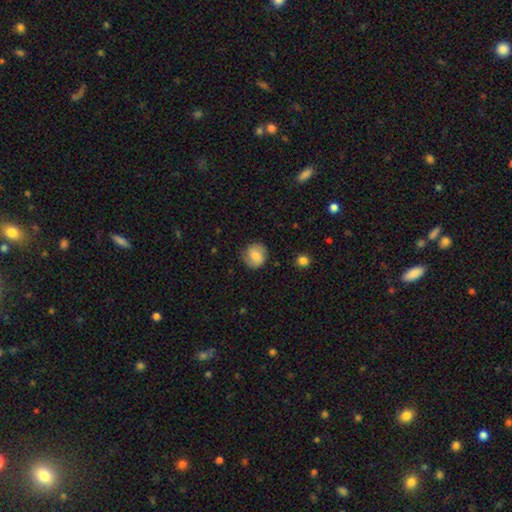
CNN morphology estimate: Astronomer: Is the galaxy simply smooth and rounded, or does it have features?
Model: smooth — 64%.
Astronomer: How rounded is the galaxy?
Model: round — 86%.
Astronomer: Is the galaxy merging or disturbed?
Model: none — 80%.